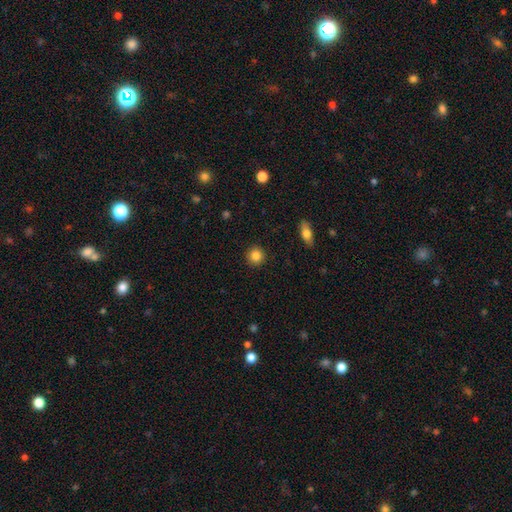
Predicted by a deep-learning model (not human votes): This appears to be a smooth galaxy with no disk features (85%) that is round (93%). Merging: none (92%).